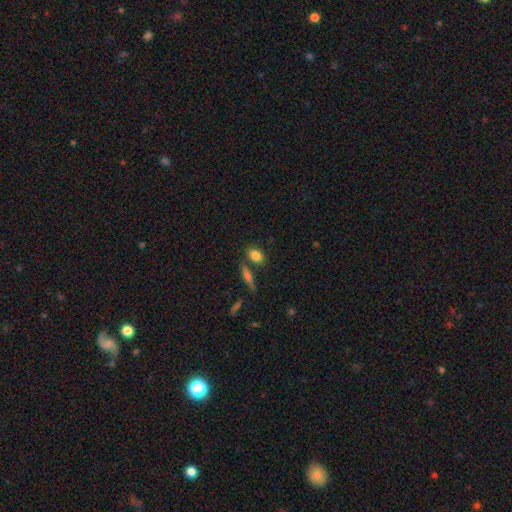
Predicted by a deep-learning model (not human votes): smooth-or-featured: smooth: 83% | star or artifact: 8% | featured or disk: 8%
  how-rounded: in between: 78% | round: 18% | cigar-shaped: 4%
  merging: none: 71% | merger: 14% | minor disturbance: 12% | major disturbance: 4%